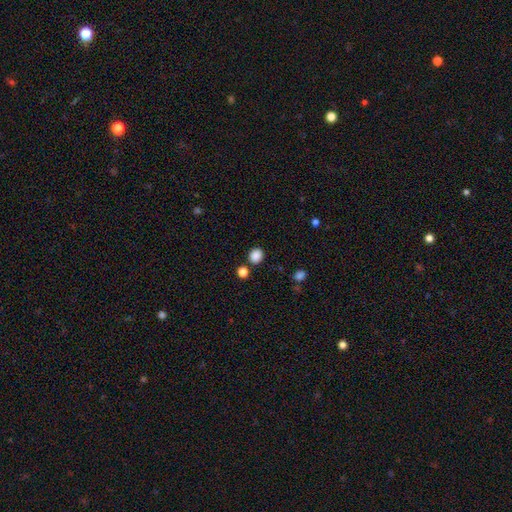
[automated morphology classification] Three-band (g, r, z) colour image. It shows a smooth galaxy with no disk features (86%) that is round (75%). Merging: none (83%).